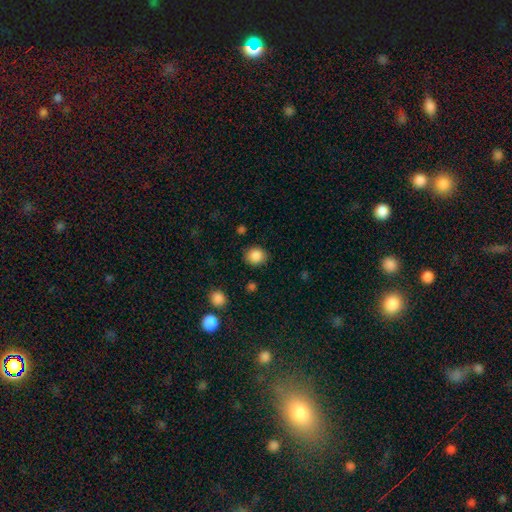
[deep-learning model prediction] smooth_or_featured: smooth (p=0.87) [alt: star or artifact p=0.09]
how_rounded: round (p=0.80) [alt: in between p=0.19]
merging: none (p=0.86) [alt: minor disturbance p=0.10]